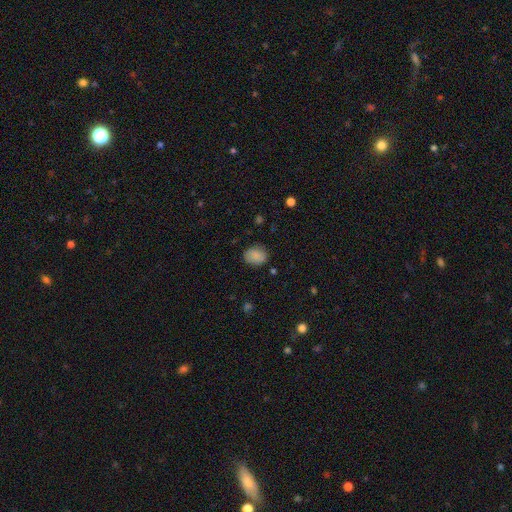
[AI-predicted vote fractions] This appears to be a smooth galaxy with no disk features (86%) that is in between round and cigar-shaped (56%). Merging: none (82%).